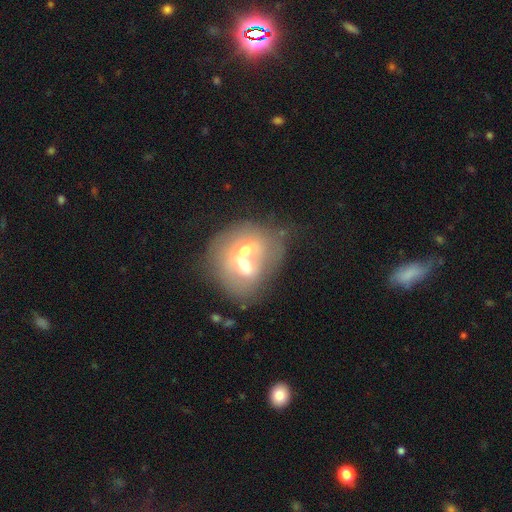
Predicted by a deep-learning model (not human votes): A featured or disk galaxy (45%). Merging: merger (70%).